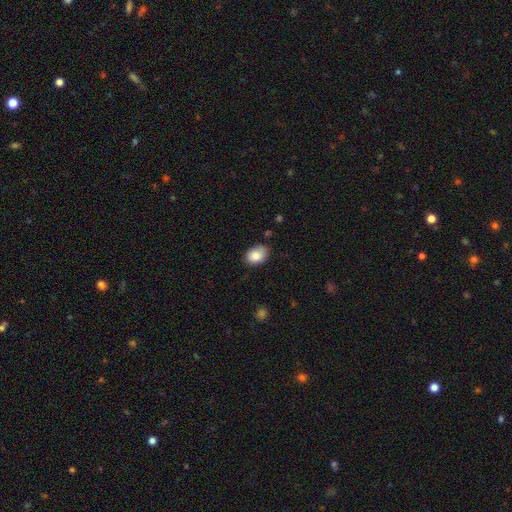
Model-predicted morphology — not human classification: type=smooth (85%); roundness=in between (79%); merging=none (72%).